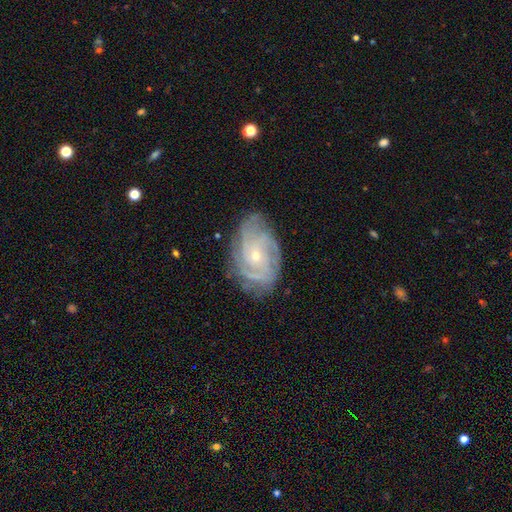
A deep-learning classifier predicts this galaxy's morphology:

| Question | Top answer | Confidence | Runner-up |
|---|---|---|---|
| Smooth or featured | featured or disk | 87% | smooth (7%) |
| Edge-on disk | no | 97% | yes (3%) |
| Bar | no | 74% | weak (21%) |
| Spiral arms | yes | 97% | no (3%) |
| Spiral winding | tight | 69% | medium (26%) |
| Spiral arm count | can't tell | 25% | 4 (23%) |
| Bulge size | small | 75% | moderate (22%) |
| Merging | none | 76% | minor disturbance (18%) |